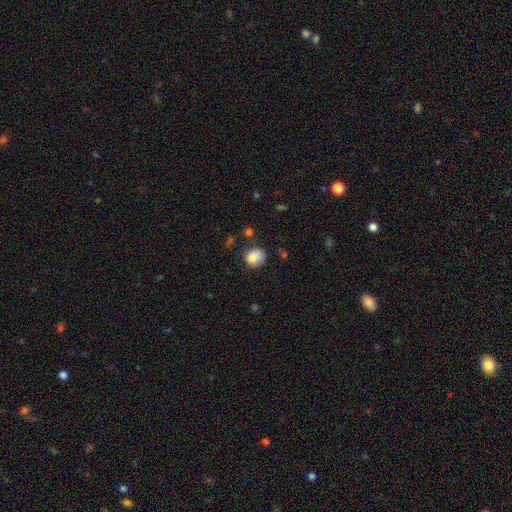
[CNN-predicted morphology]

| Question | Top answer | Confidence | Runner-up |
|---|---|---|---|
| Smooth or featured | smooth | 86% | star or artifact (9%) |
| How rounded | round | 65% | in between (34%) |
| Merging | none | 66% | minor disturbance (23%) |